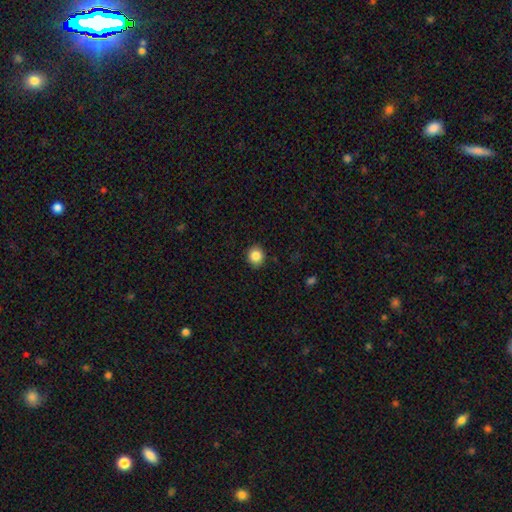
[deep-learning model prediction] A smooth galaxy with no disk features (85%) that is round (81%).

Vote fractions:
- Smooth or featured? smooth: 85% / star or artifact: 9% / featured or disk: 5%
- How rounded? round: 81% / in between: 18% / cigar-shaped: 1%
- Merging? none: 90% / minor disturbance: 7% / major disturbance: 2% / merger: 1%